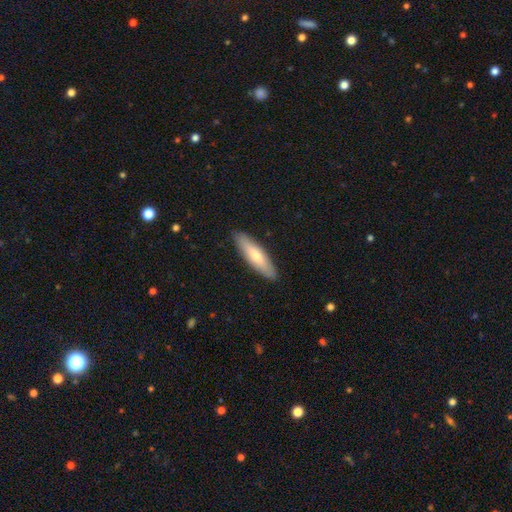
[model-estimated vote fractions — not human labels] Smooth or featured? smooth (66%)
How rounded? cigar-shaped (66%)
Merging? none (89%)